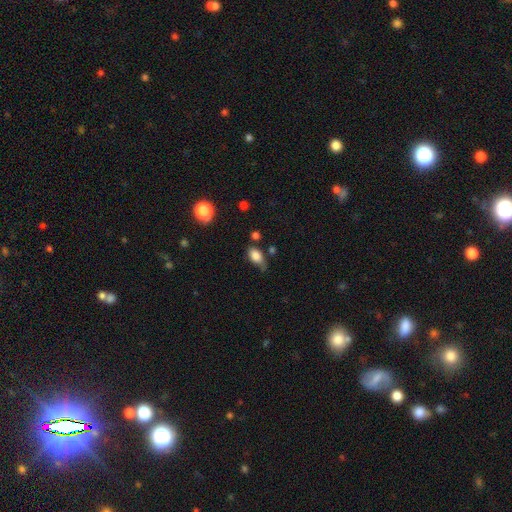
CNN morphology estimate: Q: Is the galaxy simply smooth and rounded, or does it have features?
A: smooth — 82%.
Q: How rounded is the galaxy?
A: in between — 89%.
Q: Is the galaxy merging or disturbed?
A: none — 46%.